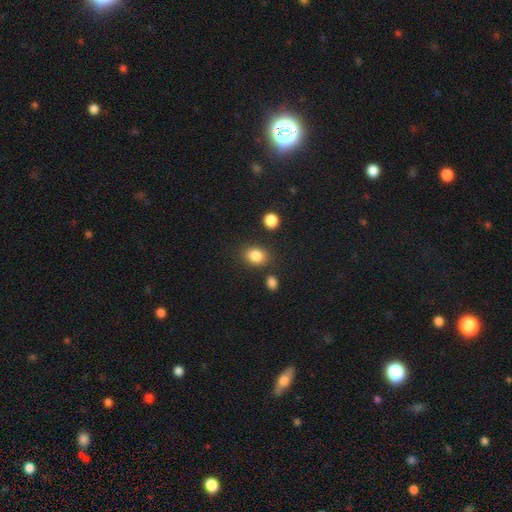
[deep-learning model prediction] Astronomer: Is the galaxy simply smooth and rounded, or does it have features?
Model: smooth — 85%.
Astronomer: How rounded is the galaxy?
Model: in between — 59% (runner-up: round, 40%).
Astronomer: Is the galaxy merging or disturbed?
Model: none — 79%.